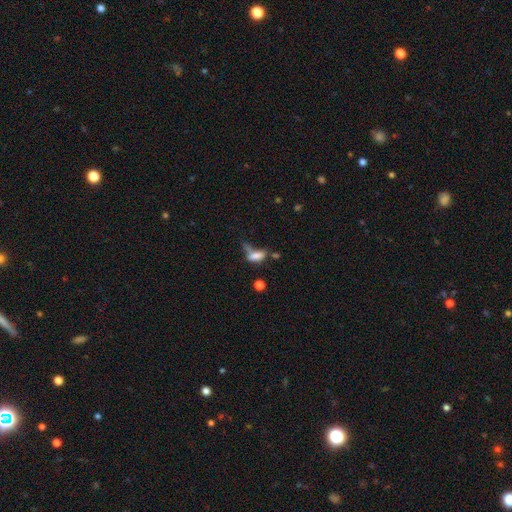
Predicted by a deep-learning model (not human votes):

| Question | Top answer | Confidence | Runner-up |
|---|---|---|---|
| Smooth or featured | smooth | 67% | featured or disk (19%) |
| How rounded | in between | 73% | cigar-shaped (21%) |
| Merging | major disturbance | 31% | none (24%) |